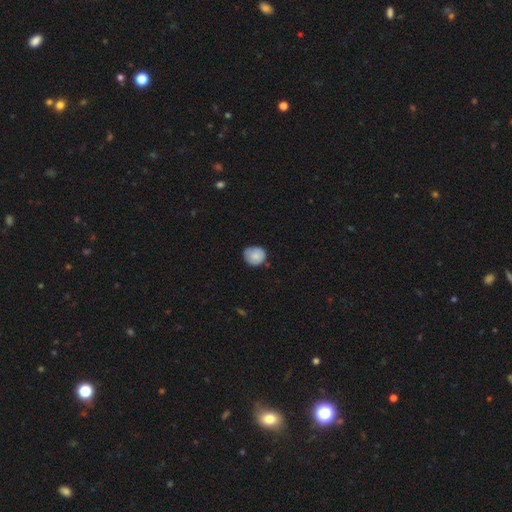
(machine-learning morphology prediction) This is clearly a smooth galaxy (81%). How rounded: clearly round (84%). Merging: likely none (70%).